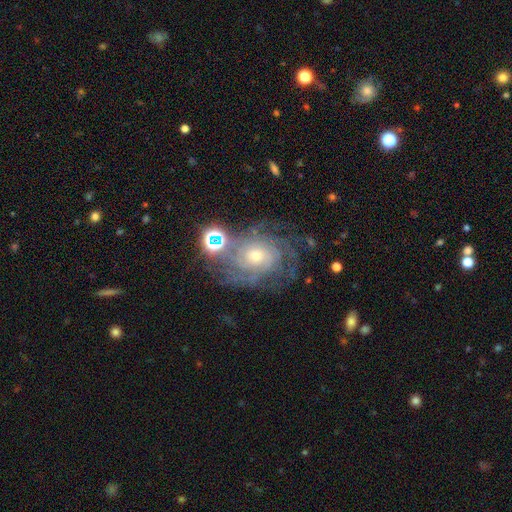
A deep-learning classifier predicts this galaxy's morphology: This appears to be a featured or disk galaxy (83%) with no bar (76%), tight (70%) spiral arms (95%) and a small central bulge (59%). Merging: none (67%).